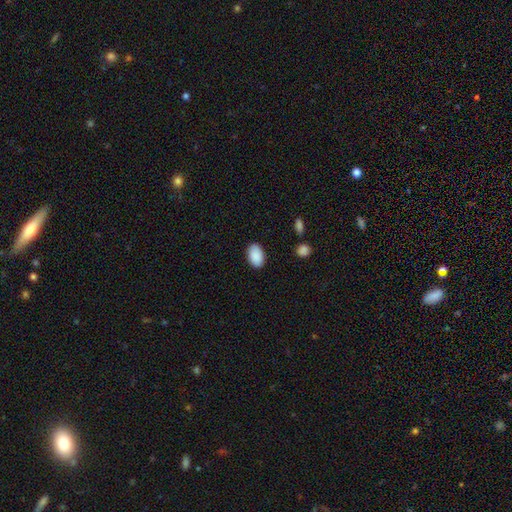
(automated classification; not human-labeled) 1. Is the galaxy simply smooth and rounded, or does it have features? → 91% smooth, 7% star or artifact, 3% featured or disk.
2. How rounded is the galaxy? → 92% in between, 7% round, 1% cigar-shaped.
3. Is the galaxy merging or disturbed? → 88% none, 9% minor disturbance, 2% major disturbance, 1% merger.